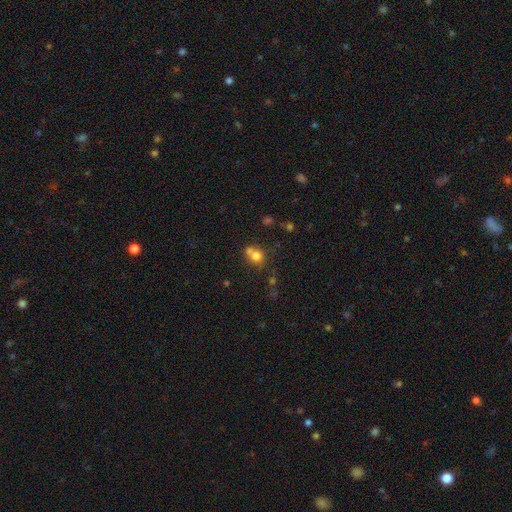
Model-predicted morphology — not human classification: A smooth galaxy with no disk features (75%) that is round (77%). Merging: merger (44%).